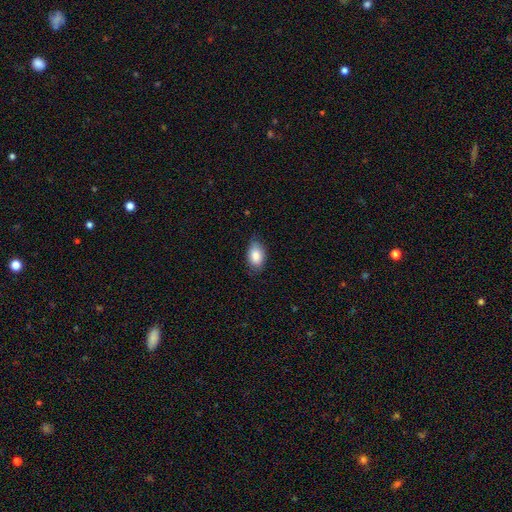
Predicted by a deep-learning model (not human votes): Smooth or featured? smooth (86%)
How rounded? in between (91%)
Merging? none (76%)